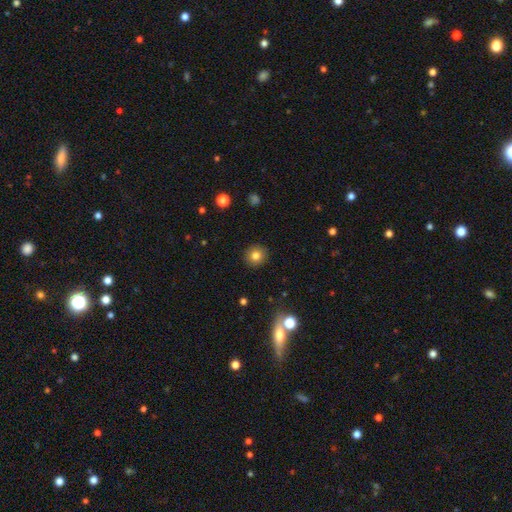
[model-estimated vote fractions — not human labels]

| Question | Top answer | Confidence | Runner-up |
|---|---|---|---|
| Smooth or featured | smooth | 79% | star or artifact (12%) |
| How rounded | round | 92% | in between (7%) |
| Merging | none | 91% | minor disturbance (6%) |